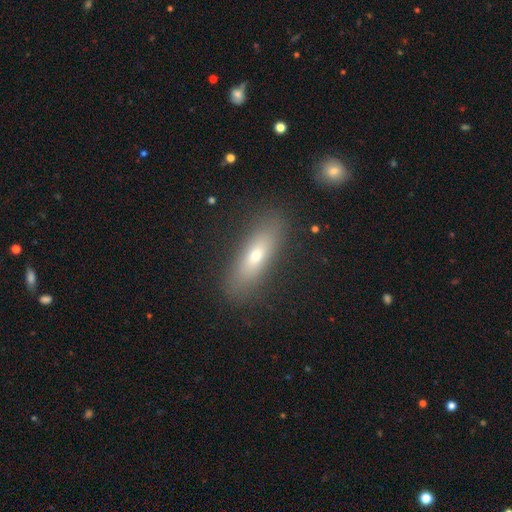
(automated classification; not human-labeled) The model was most divided on "how rounded": cigar-shaped: 56%, in between: 41%, round: 3%. More confident: merging — none (83%); smooth or featured — smooth (61%).